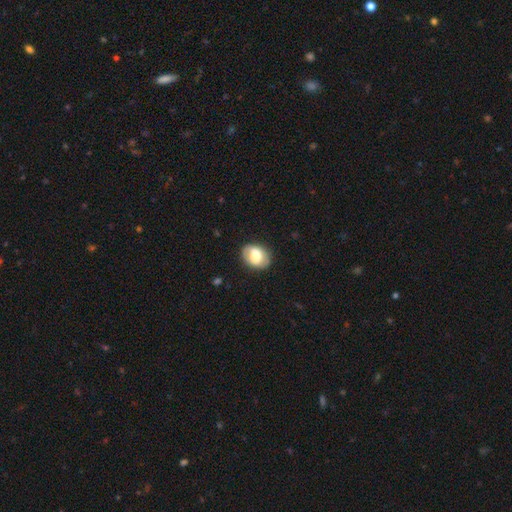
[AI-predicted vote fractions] Overall: smooth (60%; featured or disk 33%). How rounded: in between (78%). Merging: none (81%).